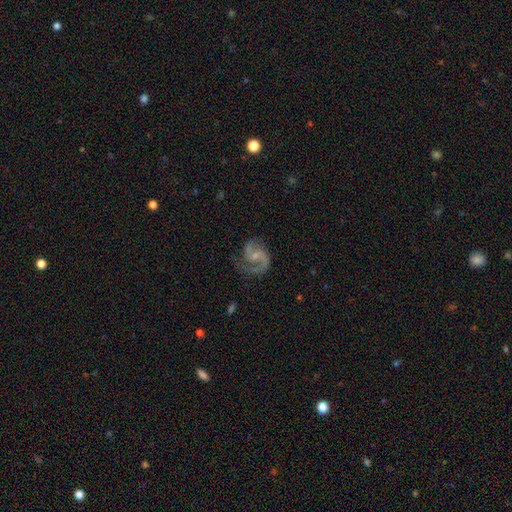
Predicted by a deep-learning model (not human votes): featured or disk 89%, smooth 6%, star or artifact 5%. Down the decision tree: edge-on disk — no (98%); bar — no (51%); spiral arms — yes (98%); spiral arm count — 2 (85%); spiral winding — medium (59%); bulge size — small (59%); merging — none (70%).